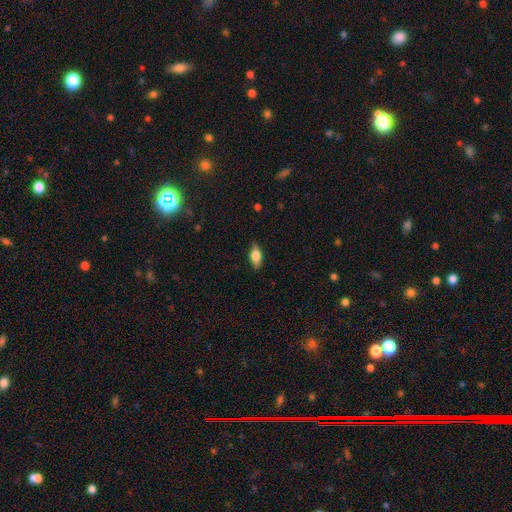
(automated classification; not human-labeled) Smooth or featured? Predicted: smooth (p=0.71). How rounded? Predicted: in between (p=0.81). Merging? Predicted: none (p=0.85).